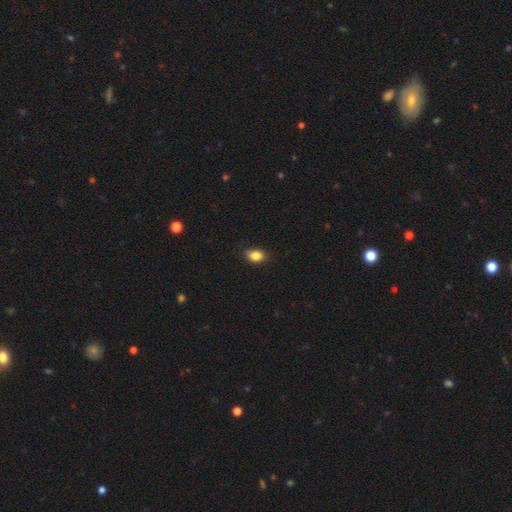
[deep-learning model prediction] Morphology: type=smooth (85%); roundness=in between (69%); merging=none (75%).